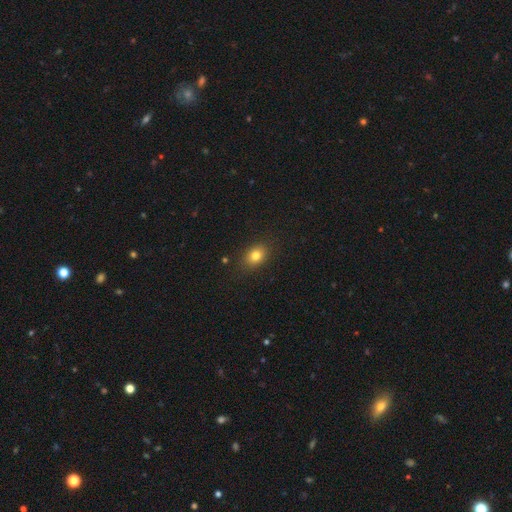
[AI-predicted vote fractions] This appears to be a smooth galaxy with no disk features (79%) that is in between round and cigar-shaped (64%). Merging: none (85%).